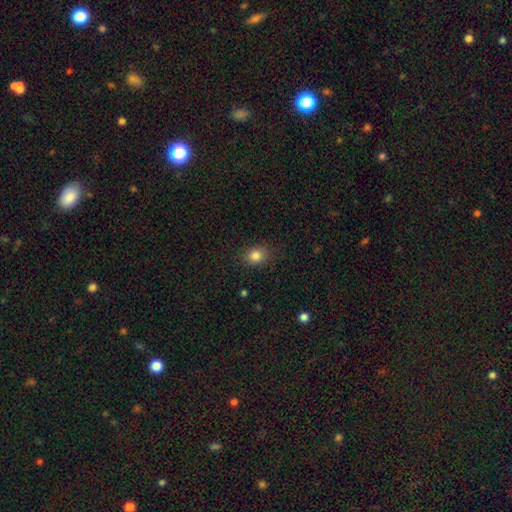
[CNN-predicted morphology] smooth-or-featured: smooth: 83% | star or artifact: 11% | featured or disk: 6%
  how-rounded: round: 58% | in between: 41% | cigar-shaped: 1%
  merging: none: 86% | minor disturbance: 10% | major disturbance: 3% | merger: 1%